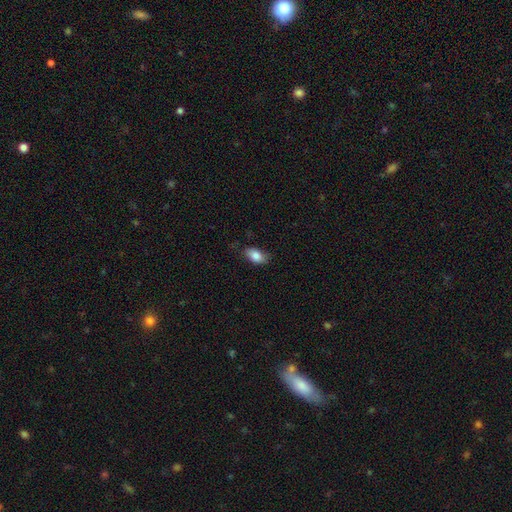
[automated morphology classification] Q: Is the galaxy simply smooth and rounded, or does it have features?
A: smooth — 85%.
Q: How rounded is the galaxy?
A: in between — 90%.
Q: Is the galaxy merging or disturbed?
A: none — 77%.